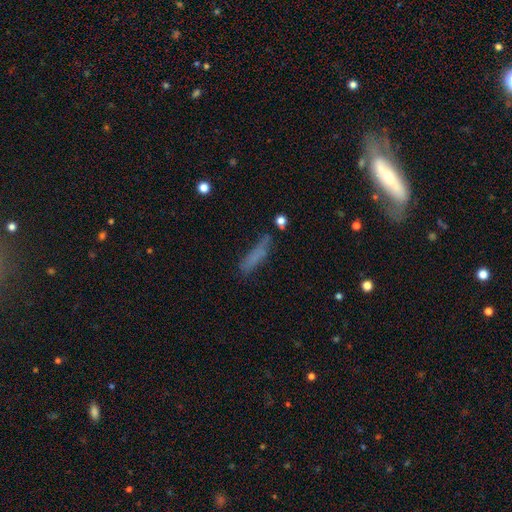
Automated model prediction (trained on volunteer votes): smooth-or-featured: smooth: 70% | featured or disk: 18% | star or artifact: 12%
  how-rounded: cigar-shaped: 79% | in between: 19% | round: 2%
  merging: none: 61% | minor disturbance: 24% | major disturbance: 11% | merger: 5%